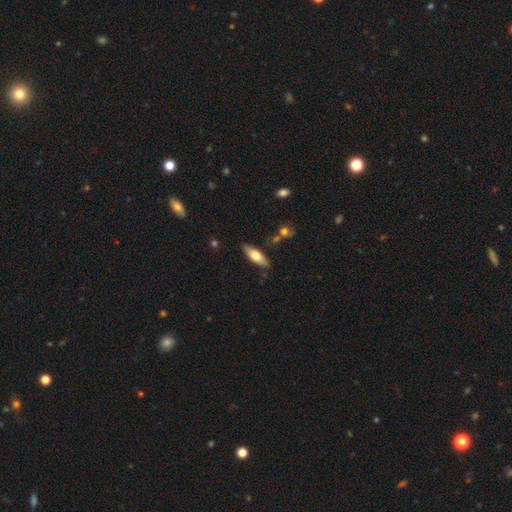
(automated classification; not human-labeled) This appears to be a smooth galaxy with no disk features (62%) that is in between round and cigar-shaped (60%). Merging: none (83%).